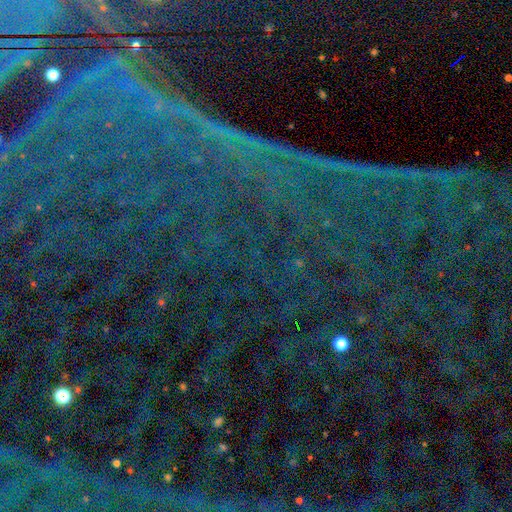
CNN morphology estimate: Smooth or featured? star or artifact (87%)